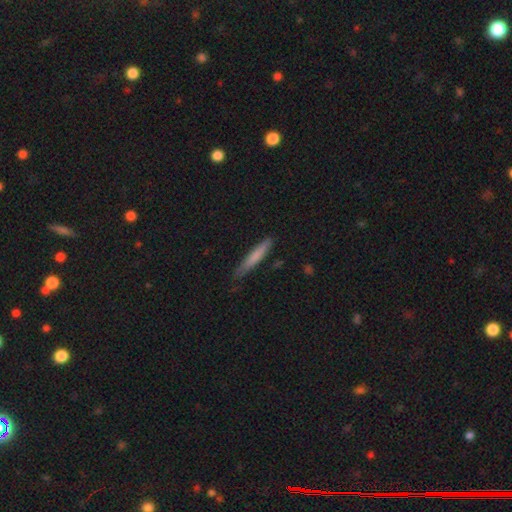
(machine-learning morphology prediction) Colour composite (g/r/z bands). It shows a smooth galaxy with no disk features (72%) that is cigar-shaped (93%). Merging: none (77%).